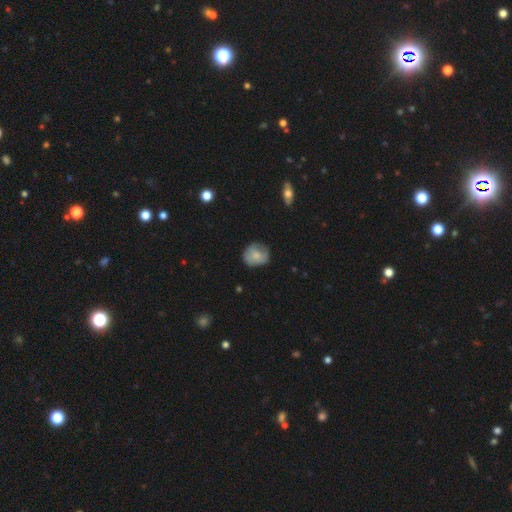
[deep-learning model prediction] smooth_or_featured: smooth (p=0.68) [alt: featured or disk p=0.24]
how_rounded: round (p=0.75) [alt: in between p=0.24]
merging: none (p=0.66) [alt: minor disturbance p=0.26]